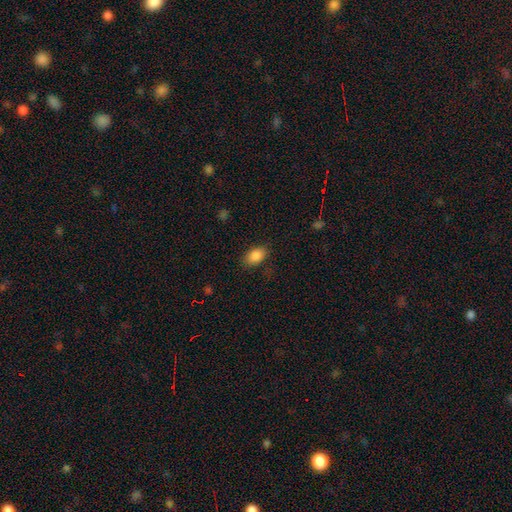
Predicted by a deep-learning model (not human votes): Morphology: type=smooth (88%); roundness=in between (88%); merging=none (83%).